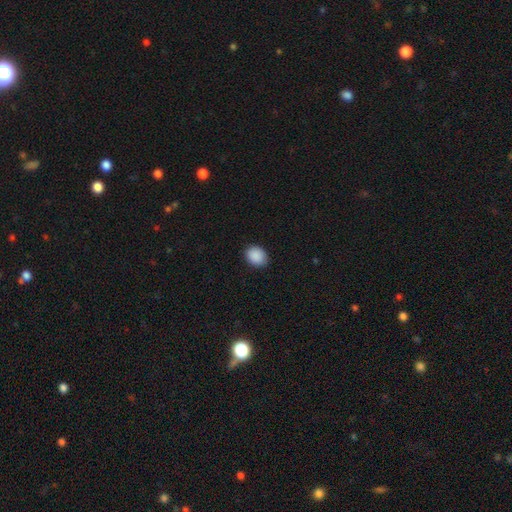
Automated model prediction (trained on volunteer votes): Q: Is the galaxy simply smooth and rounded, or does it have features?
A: smooth — 90%.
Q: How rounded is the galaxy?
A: in between — 55%.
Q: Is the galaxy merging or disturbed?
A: none — 88%.